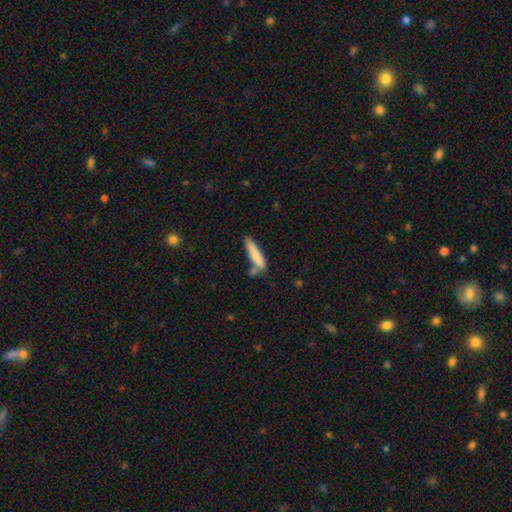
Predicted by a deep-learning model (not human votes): Morphology: type=smooth (79%); roundness=cigar-shaped (82%); merging=none (59%).